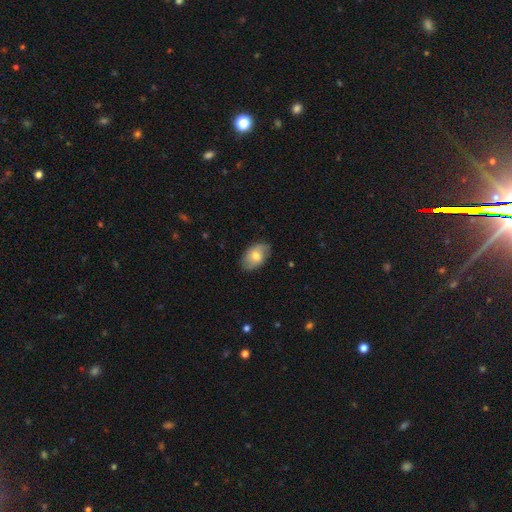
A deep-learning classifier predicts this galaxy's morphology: smooth-or-featured: smooth: 61% | featured or disk: 32% | star or artifact: 7%
  how-rounded: in between: 90% | round: 9% | cigar-shaped: 1%
  merging: none: 77% | minor disturbance: 18% | major disturbance: 4% | merger: 1%